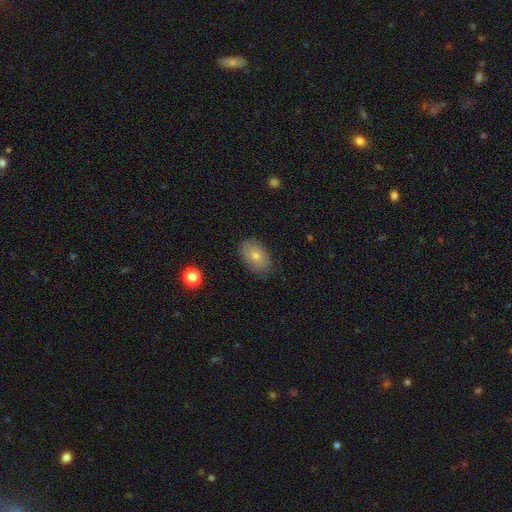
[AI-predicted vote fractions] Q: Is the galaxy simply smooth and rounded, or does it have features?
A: smooth — 70%.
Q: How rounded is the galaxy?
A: in between — 86%.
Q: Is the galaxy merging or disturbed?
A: none — 83%.